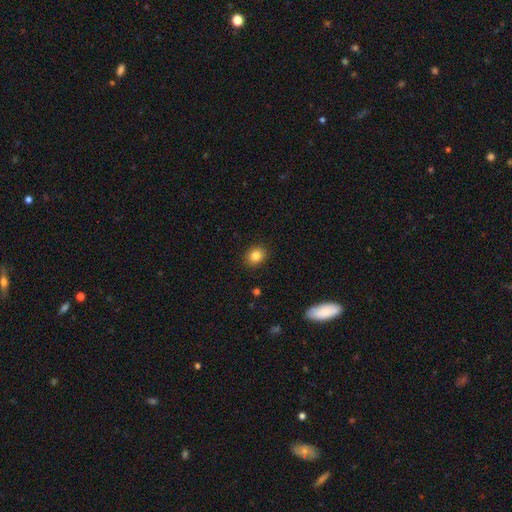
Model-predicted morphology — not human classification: Smooth or featured? Predicted: smooth (p=0.84). How rounded? Predicted: round (p=0.56). Merging? Predicted: none (p=0.90).